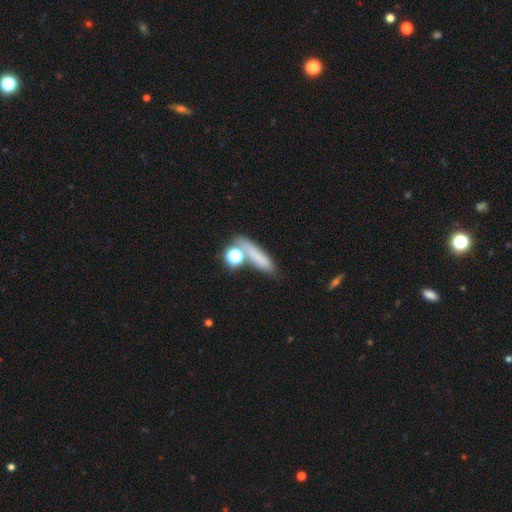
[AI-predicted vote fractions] This appears to be a smooth galaxy with no disk features (69%) that is cigar-shaped (55%). Merging: none (58%).